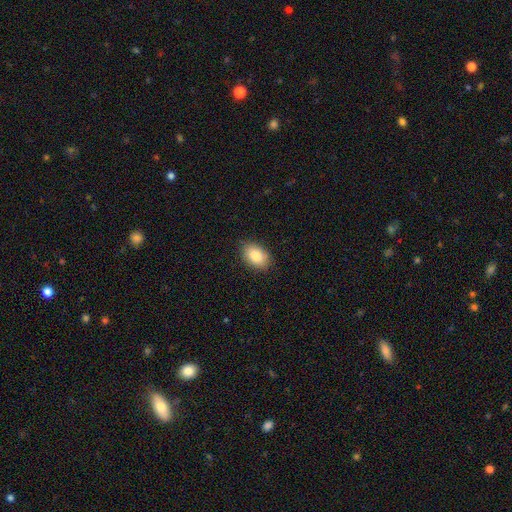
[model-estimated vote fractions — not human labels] This is clearly a smooth galaxy (84%). How rounded: clearly in between (88%). Merging: clearly none (85%).